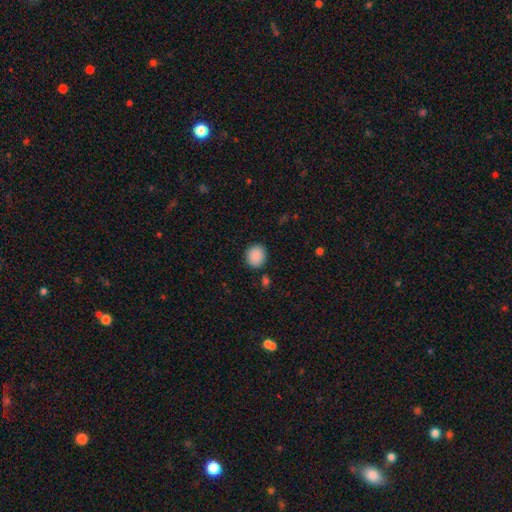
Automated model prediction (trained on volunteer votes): Overall: smooth (89%). How rounded: round (77%). Merging: none (87%).